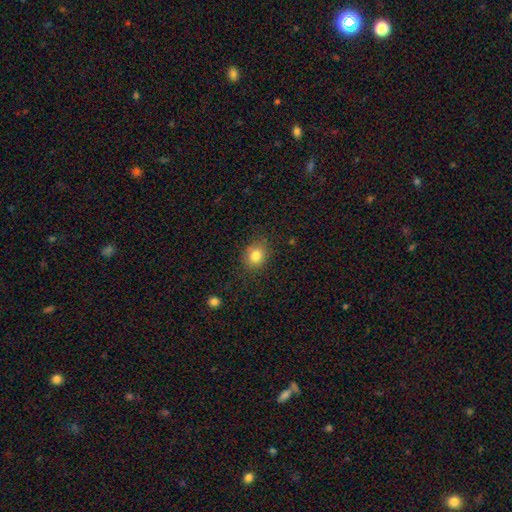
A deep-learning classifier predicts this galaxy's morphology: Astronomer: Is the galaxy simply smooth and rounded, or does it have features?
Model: smooth — 82%.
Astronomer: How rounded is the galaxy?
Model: round — 66%.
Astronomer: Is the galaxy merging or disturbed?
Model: none — 83%.